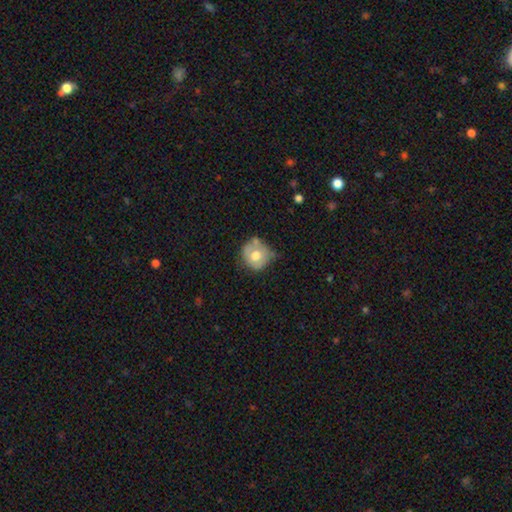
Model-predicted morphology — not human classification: This appears to be a smooth galaxy with no disk features (60%) that is round (82%). Merging: none (50%).